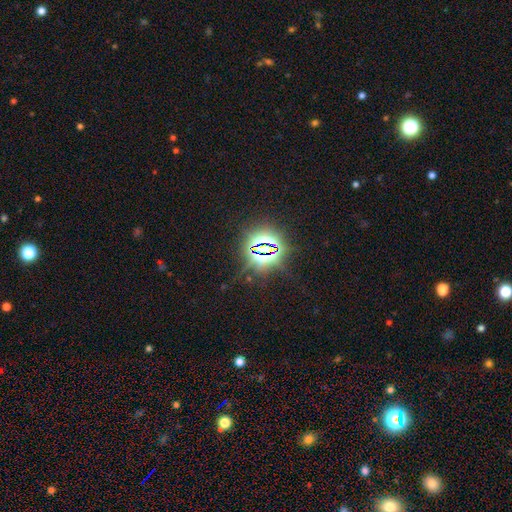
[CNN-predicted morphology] smooth-or-featured: star or artifact: 84% | smooth: 9% | featured or disk: 7%